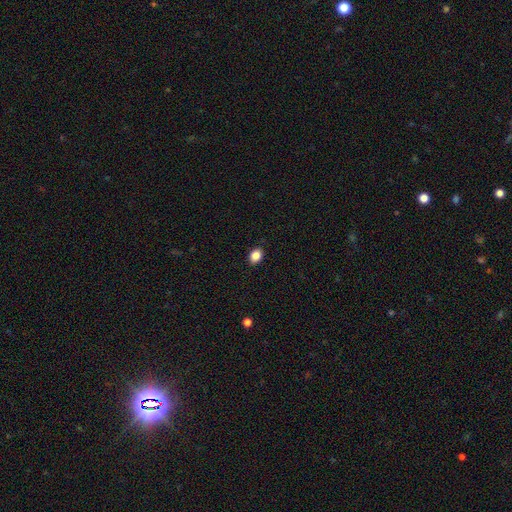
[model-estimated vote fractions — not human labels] This appears to be a smooth galaxy with no disk features (86%) that is in between round and cigar-shaped (65%). Merging: none (87%).